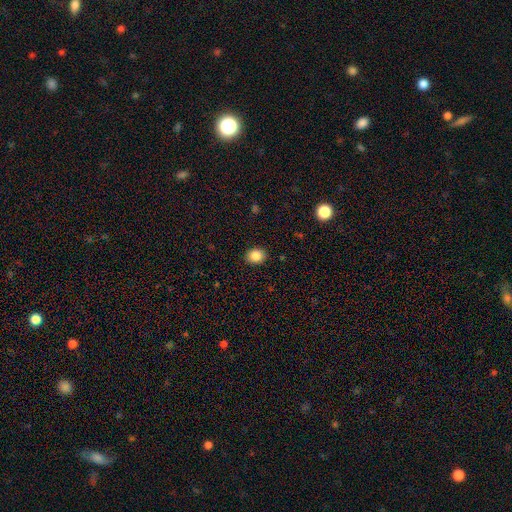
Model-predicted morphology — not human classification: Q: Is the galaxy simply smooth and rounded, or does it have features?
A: smooth — 86%.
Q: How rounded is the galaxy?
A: round — 57%.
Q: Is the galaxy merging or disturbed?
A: none — 90%.